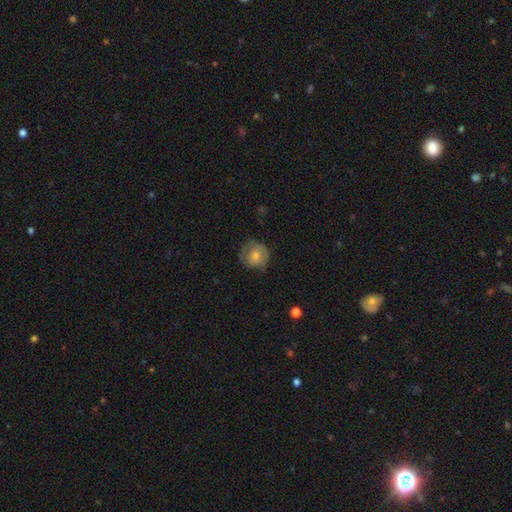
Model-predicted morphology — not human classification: smooth_or_featured: smooth (p=0.64) [alt: featured or disk p=0.28]
how_rounded: round (p=0.87) [alt: in between p=0.12]
merging: none (p=0.68) [alt: minor disturbance p=0.23]